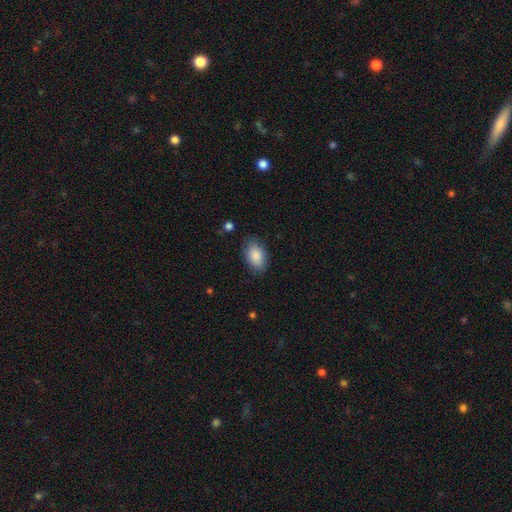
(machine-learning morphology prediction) smooth 88%, star or artifact 7%, featured or disk 5%. Down the decision tree: how rounded — in between (90%); merging — none (80%).